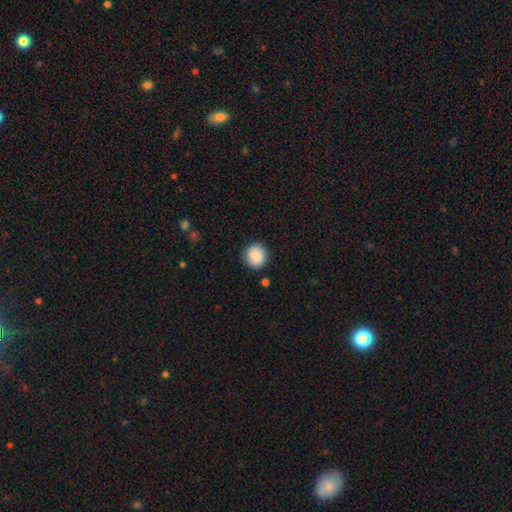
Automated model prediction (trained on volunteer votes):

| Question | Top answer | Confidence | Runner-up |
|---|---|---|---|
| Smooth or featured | smooth | 89% | star or artifact (8%) |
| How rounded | round | 88% | in between (11%) |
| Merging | none | 88% | minor disturbance (8%) |